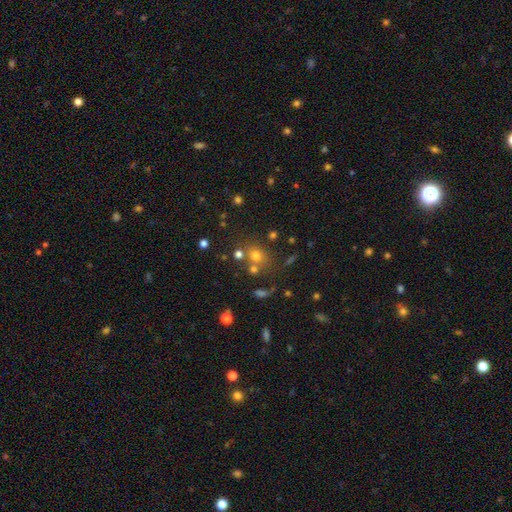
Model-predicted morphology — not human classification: A smooth galaxy with no disk features (68%) that is round (73%). Merging: none (65%).